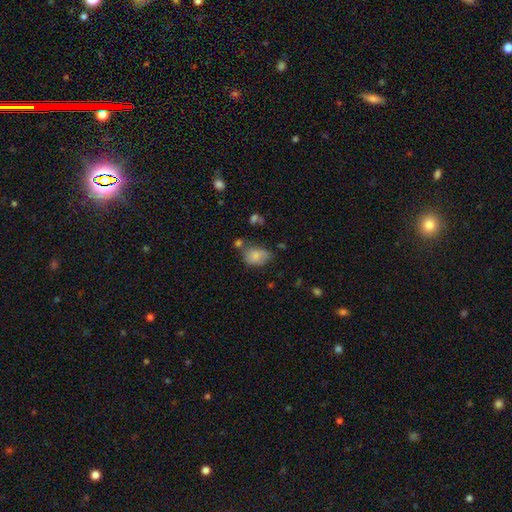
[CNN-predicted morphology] smooth-or-featured: smooth: 78% | featured or disk: 12% | star or artifact: 9%
  how-rounded: in between: 73% | round: 25% | cigar-shaped: 1%
  merging: none: 44% | minor disturbance: 31% | merger: 13% | major disturbance: 12%